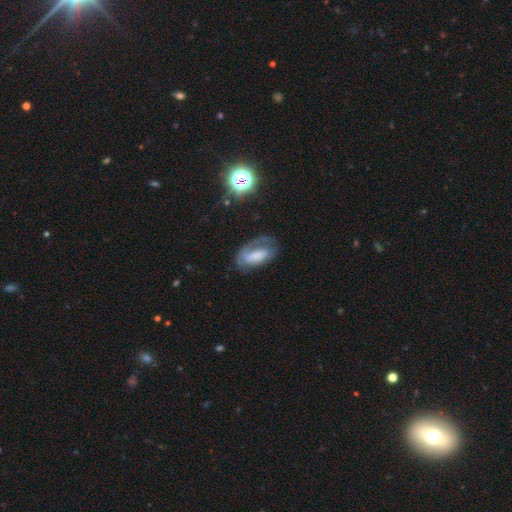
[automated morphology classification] Overall: featured or disk (47%; smooth 44%). Merging: none (46%; major disturbance 26%).